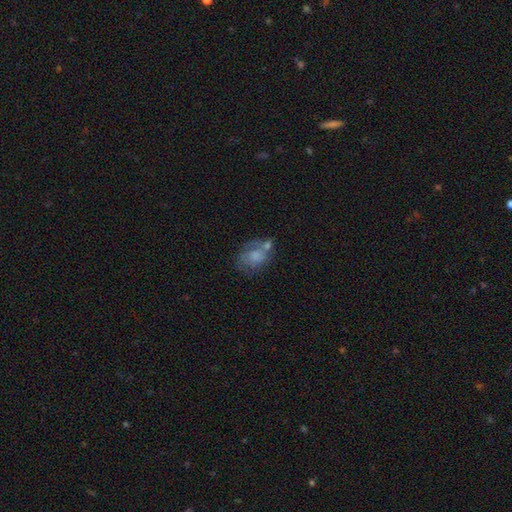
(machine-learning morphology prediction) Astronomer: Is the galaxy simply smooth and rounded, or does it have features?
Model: smooth — 48% (runner-up: featured or disk, 42%).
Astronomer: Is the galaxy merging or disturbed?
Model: none — 35% (runner-up: merger, 25%).